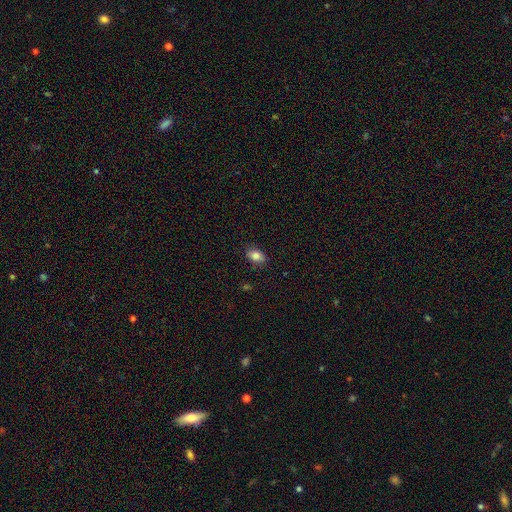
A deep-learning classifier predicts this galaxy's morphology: The model was most divided on "how rounded": in between: 85%, round: 13%, cigar-shaped: 2%. More confident: merging — none (86%); smooth or featured — smooth (85%).